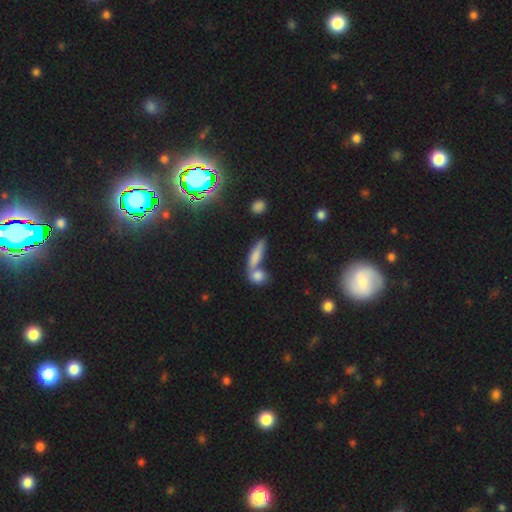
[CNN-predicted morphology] Overall: smooth (72%). How rounded: cigar-shaped (55%; in between 38%). Merging: merger (43%; none 41%).